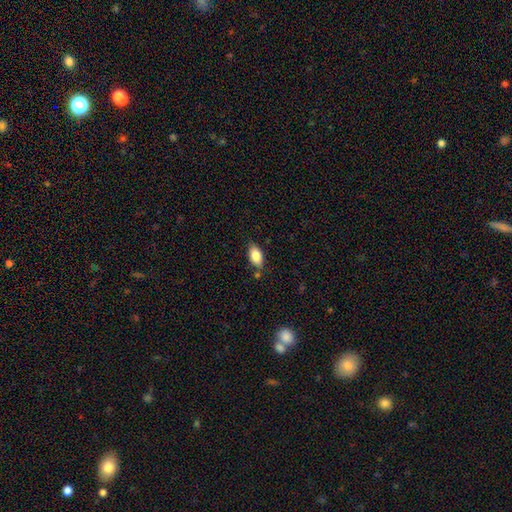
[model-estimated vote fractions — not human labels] Morphology: type=smooth (85%); roundness=in between (91%); merging=none (78%).